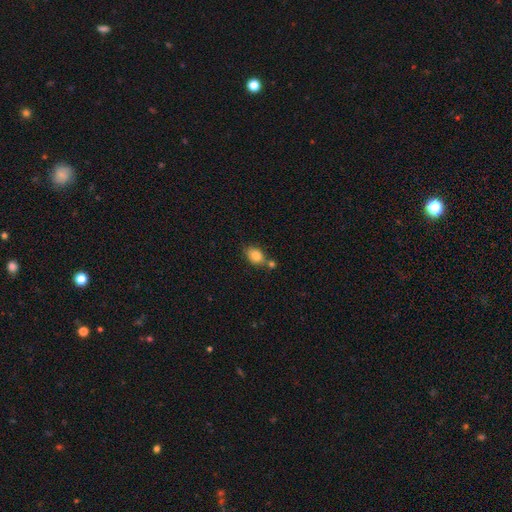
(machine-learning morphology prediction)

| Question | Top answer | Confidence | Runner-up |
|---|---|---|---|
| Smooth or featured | smooth | 83% | star or artifact (9%) |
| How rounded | in between | 71% | round (28%) |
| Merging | none | 57% | merger (24%) |